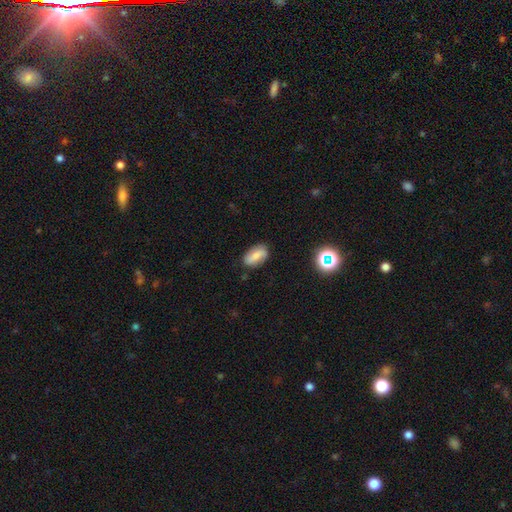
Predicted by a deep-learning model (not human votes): Smooth or featured? Predicted: smooth (p=0.68). How rounded? Predicted: in between (p=0.89). Merging? Predicted: none (p=0.81).